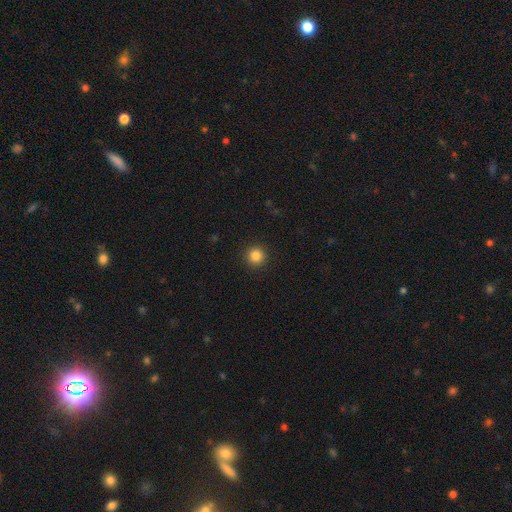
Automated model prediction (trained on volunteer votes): Smooth or featured?
  - smooth: 84% *
  - star or artifact: 12%
  - featured or disk: 4%
How rounded?
  - round: 95% *
  - in between: 4%
  - cigar-shaped: 1%
Merging?
  - none: 93% *
  - minor disturbance: 5%
  - major disturbance: 2%
  - merger: 1%